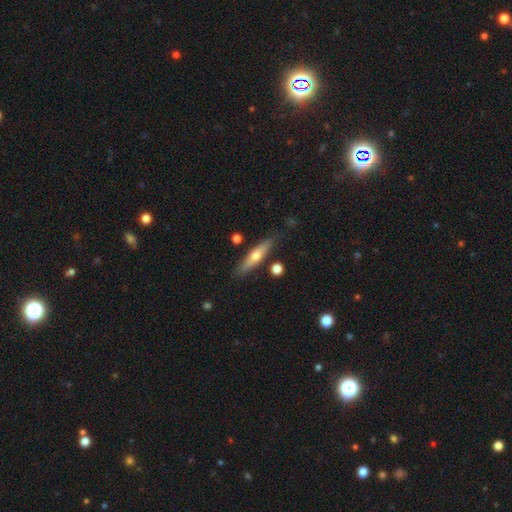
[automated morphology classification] The model was most divided on "smooth or featured": smooth: 50%, featured or disk: 45%, star or artifact: 6%. More confident: merging — none (82%).